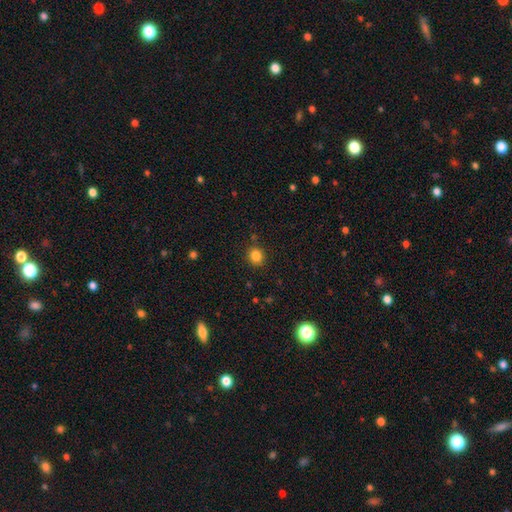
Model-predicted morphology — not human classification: A smooth galaxy with no disk features (84%) that is round (79%).

Vote fractions:
- Smooth or featured? smooth: 84% / star or artifact: 12% / featured or disk: 4%
- How rounded? round: 79% / in between: 21% / cigar-shaped: 1%
- Merging? none: 86% / minor disturbance: 9% / merger: 3% / major disturbance: 3%